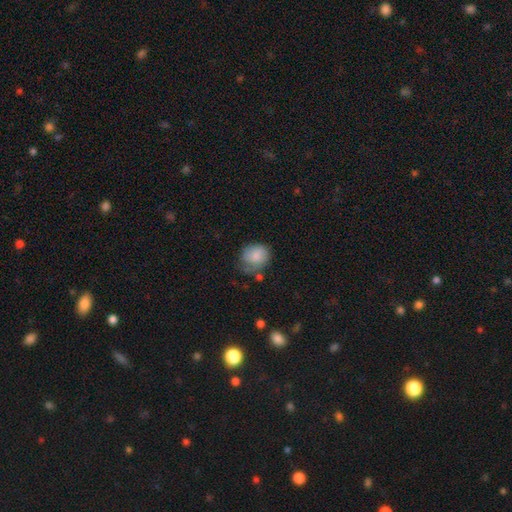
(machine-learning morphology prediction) Overall: smooth (80%). How rounded: round (62%; in between 37%). Merging: none (48%; minor disturbance 33%).